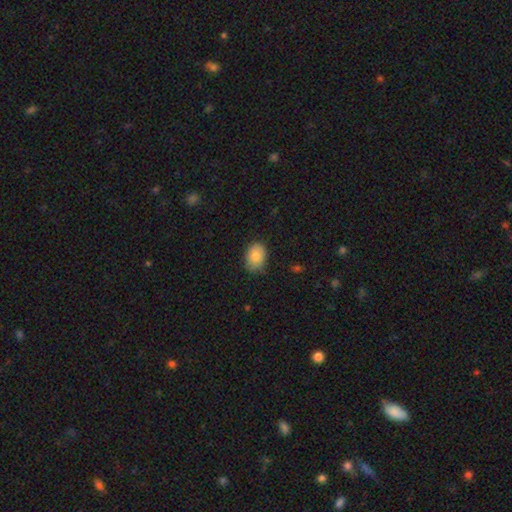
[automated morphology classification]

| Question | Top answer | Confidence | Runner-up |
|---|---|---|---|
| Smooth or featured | smooth | 85% | star or artifact (8%) |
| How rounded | in between | 76% | round (23%) |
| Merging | none | 79% | minor disturbance (17%) |